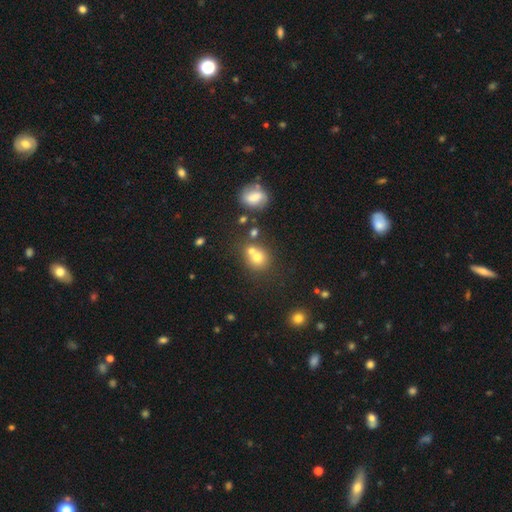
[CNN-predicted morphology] A smooth galaxy with no disk features (67%) that is round (77%). Merging: merger (44%, tied with none).